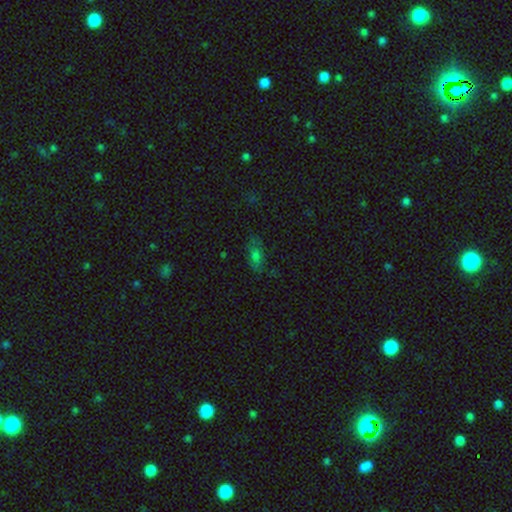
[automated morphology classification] Smooth or featured: smooth — 64% (star or artifact — 19%)
How rounded: in between — 77% (cigar-shaped — 16%)
Merging: none — 73% (minor disturbance — 19%)